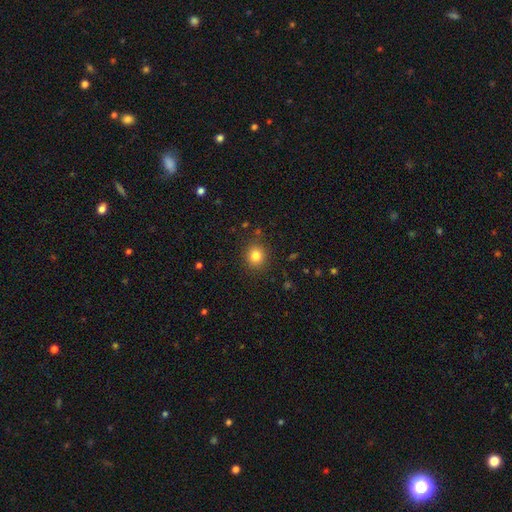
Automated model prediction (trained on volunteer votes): Morphology: type=smooth (82%); roundness=round (85%); merging=none (88%).